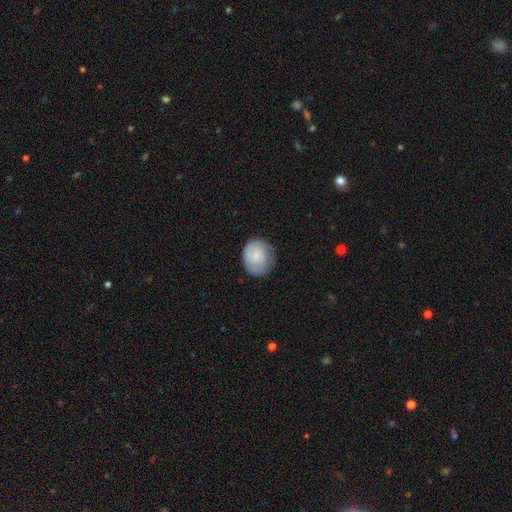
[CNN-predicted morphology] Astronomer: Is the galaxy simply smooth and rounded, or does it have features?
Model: smooth — 65%.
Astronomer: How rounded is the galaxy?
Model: round — 69%.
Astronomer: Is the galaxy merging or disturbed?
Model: none — 68%.